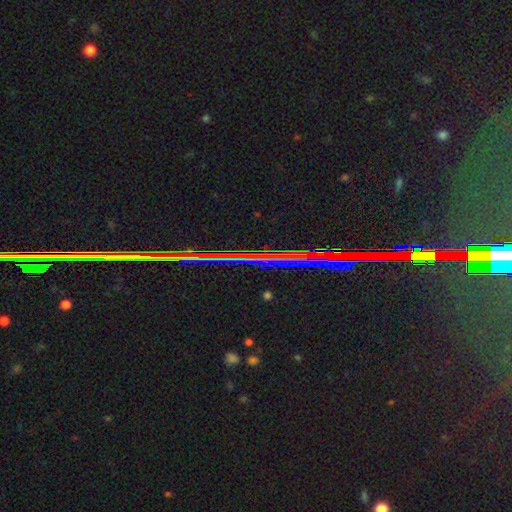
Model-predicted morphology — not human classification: Smooth or featured: star or artifact — 86% (featured or disk — 8%)